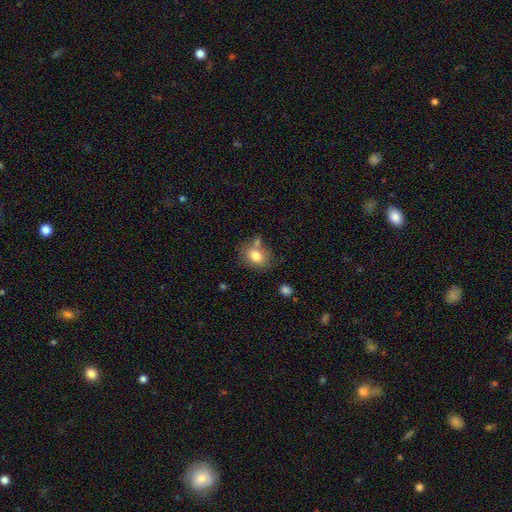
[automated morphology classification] A smooth galaxy with no disk features (79%) that is in between round and cigar-shaped (67%).

Vote fractions:
- Smooth or featured? smooth: 79% / featured or disk: 12% / star or artifact: 9%
- How rounded? in between: 67% / round: 32% / cigar-shaped: 1%
- Merging? none: 61% / minor disturbance: 17% / merger: 16% / major disturbance: 5%